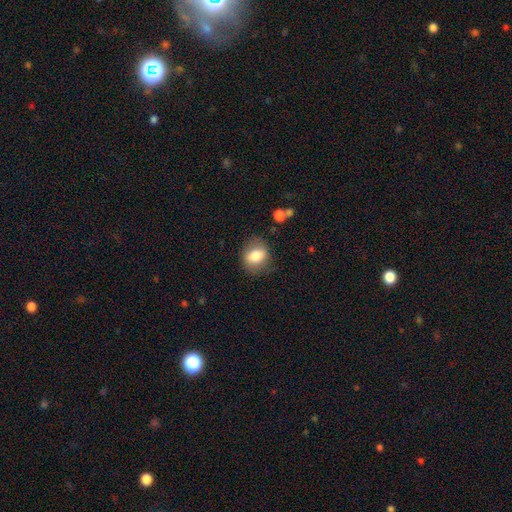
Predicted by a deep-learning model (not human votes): smooth 76%, featured or disk 15%, star or artifact 8%. Down the decision tree: how rounded — in between (54%); merging — none (78%).